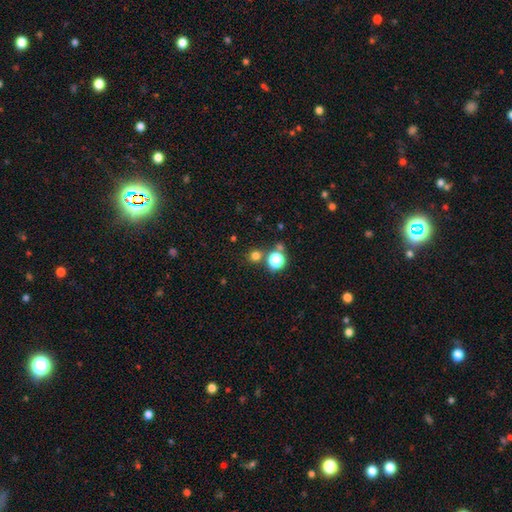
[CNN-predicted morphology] smooth-or-featured: smooth: 73% | star or artifact: 21% | featured or disk: 6%
  how-rounded: round: 91% | in between: 8% | cigar-shaped: 1%
  merging: none: 75% | merger: 15% | minor disturbance: 7% | major disturbance: 3%